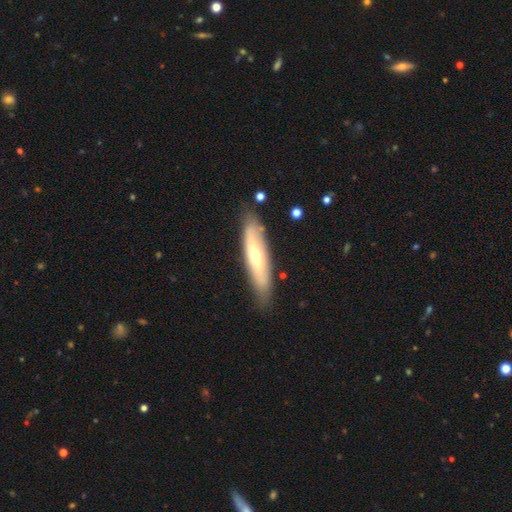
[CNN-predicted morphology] smooth-or-featured: featured or disk: 53% | smooth: 42% | star or artifact: 6%
  disk-edge-on: yes: 52% | no: 48%
  merging: none: 81% | minor disturbance: 14% | major disturbance: 3% | merger: 2%